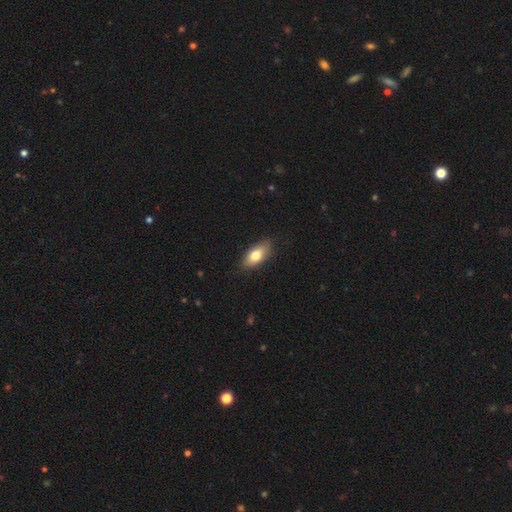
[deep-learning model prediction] Smooth or featured?
  - smooth: 74% *
  - featured or disk: 19%
  - star or artifact: 7%
How rounded?
  - in between: 87% *
  - cigar-shaped: 9%
  - round: 4%
Merging?
  - none: 83% *
  - minor disturbance: 14%
  - major disturbance: 2%
  - merger: 1%